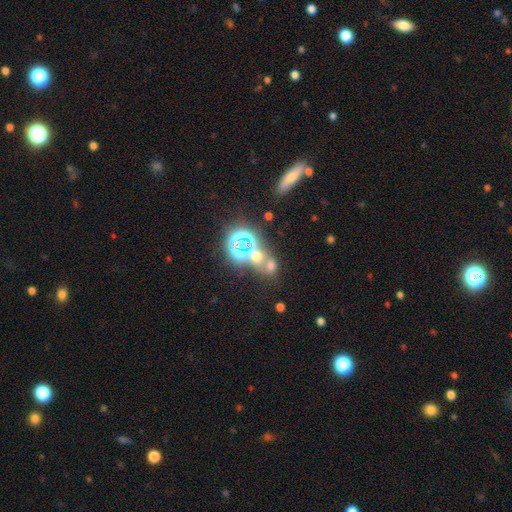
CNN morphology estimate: smooth_or_featured: star or artifact (p=0.49) [alt: smooth p=0.39]